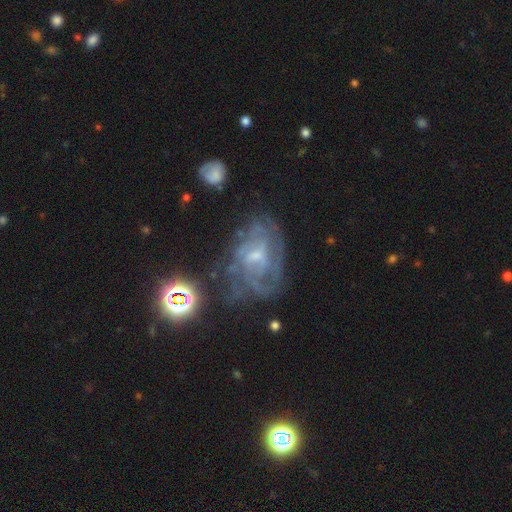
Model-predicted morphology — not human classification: Smooth or featured?
  - featured or disk: 71% *
  - star or artifact: 15%
  - smooth: 14%
Edge-on disk?
  - no: 96% *
  - yes: 4%
Bar?
  - weak: 46% *
  - no: 45%
  - strong: 9%
Spiral arms?
  - yes: 77% *
  - no: 23%
Spiral winding?
  - tight: 49% *
  - medium: 37%
  - loose: 14%
Spiral arm count?
  - can't tell: 58% *
  - 2: 14%
  - 3: 11%
  - 4: 8%
  - 1: 5%
  - more than 4: 5%
Bulge size?
  - small: 57% *
  - moderate: 31%
  - none: 9%
  - large: 2%
  - dominant: 1%
Merging?
  - none: 56% *
  - minor disturbance: 23%
  - major disturbance: 18%
  - merger: 4%